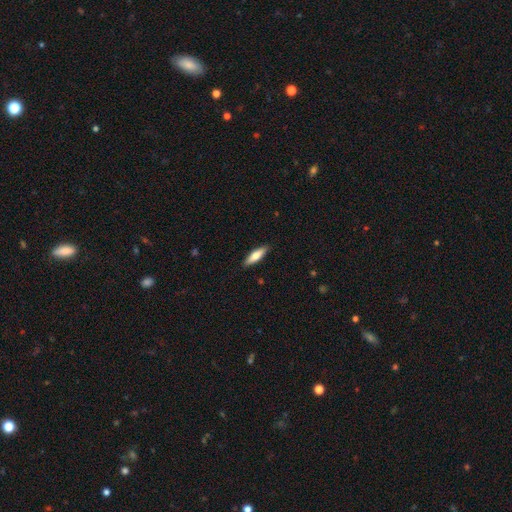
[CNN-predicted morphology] This is likely a smooth galaxy (66%). How rounded: likely cigar-shaped (63%). Merging: clearly none (90%).